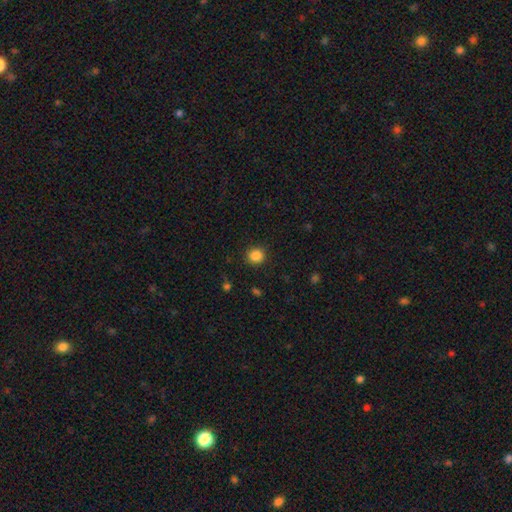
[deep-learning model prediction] Q: Smooth or featured?
A: smooth (86%); runner-up: star or artifact (11%)
Q: How rounded?
A: round (89%); runner-up: in between (10%)
Q: Merging?
A: none (89%); runner-up: minor disturbance (7%)